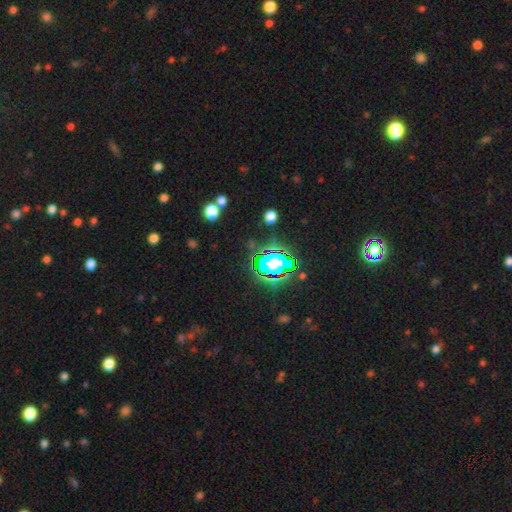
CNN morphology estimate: type=star or artifact (79%).